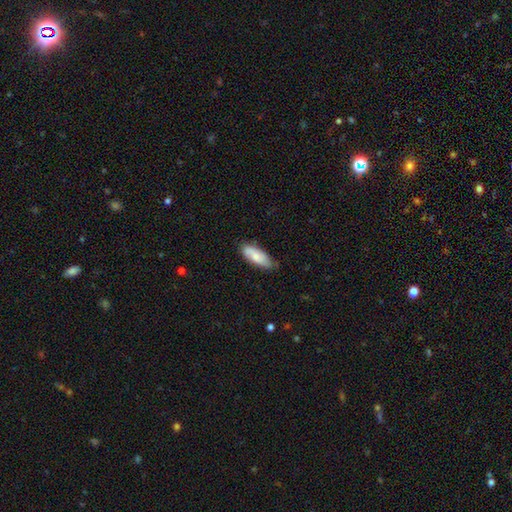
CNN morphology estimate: smooth_or_featured: smooth (p=0.75) [alt: featured or disk p=0.19]
how_rounded: in between (p=0.70) [alt: cigar-shaped p=0.28]
merging: none (p=0.73) [alt: minor disturbance p=0.23]